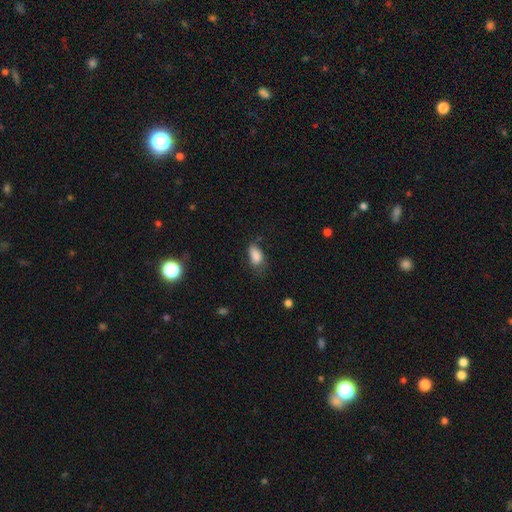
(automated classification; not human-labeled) A smooth galaxy with no disk features (84%) that is in between round and cigar-shaped (90%).

Vote fractions:
- Smooth or featured? smooth: 84% / star or artifact: 8% / featured or disk: 7%
- How rounded? in between: 90% / round: 7% / cigar-shaped: 3%
- Merging? none: 49% / minor disturbance: 33% / major disturbance: 15% / merger: 2%